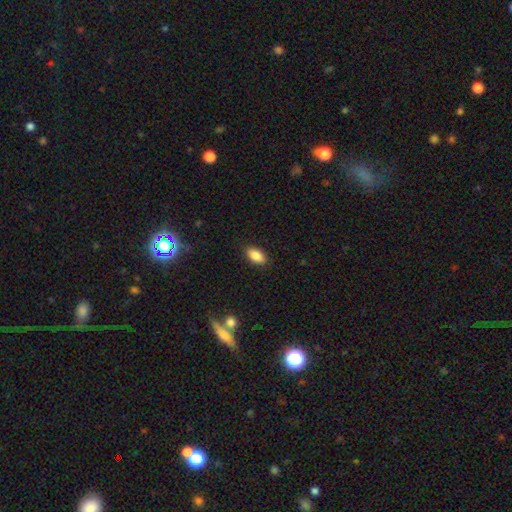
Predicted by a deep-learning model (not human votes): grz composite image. It shows a smooth galaxy with no disk features (87%) that is in between round and cigar-shaped (92%). Merging: none (88%).